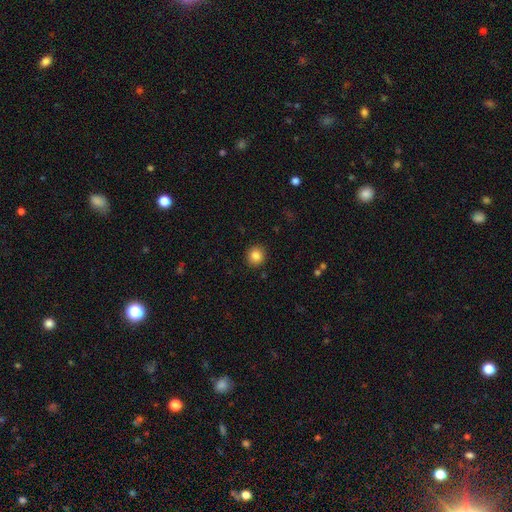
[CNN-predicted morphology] The model was most divided on "smooth or featured": smooth: 85%, star or artifact: 10%, featured or disk: 5%. More confident: merging — none (92%); how rounded — round (91%).